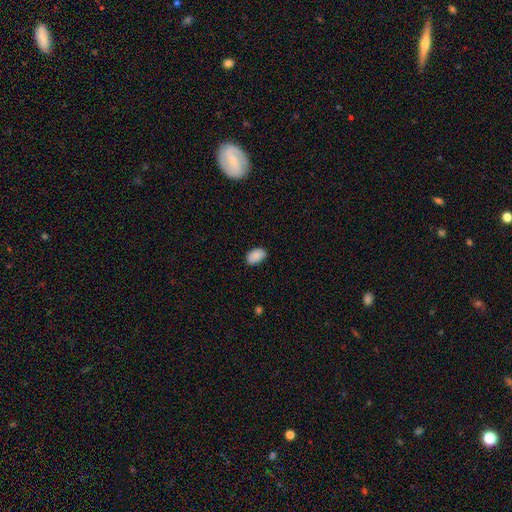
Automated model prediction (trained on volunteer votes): Smooth or featured? smooth (90%)
How rounded? in between (92%)
Merging? none (86%)